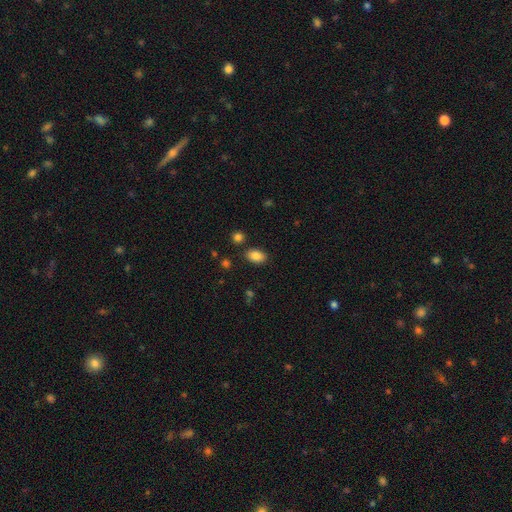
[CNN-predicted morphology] The model was most divided on "how rounded": in between: 86%, round: 13%, cigar-shaped: 1%. More confident: smooth or featured — smooth (86%); merging — none (83%).